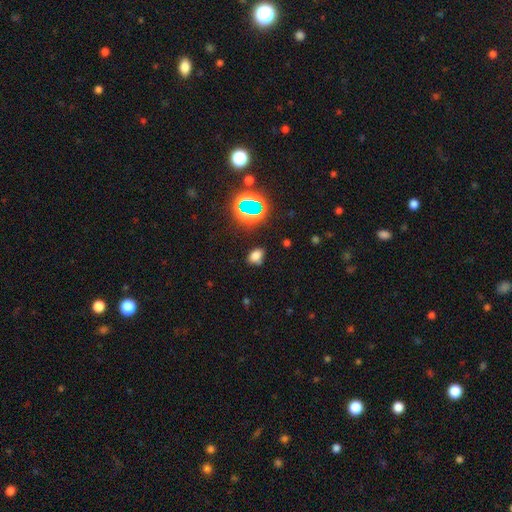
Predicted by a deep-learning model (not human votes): Overall: smooth (70%). How rounded: in between (78%). Merging: none (74%).